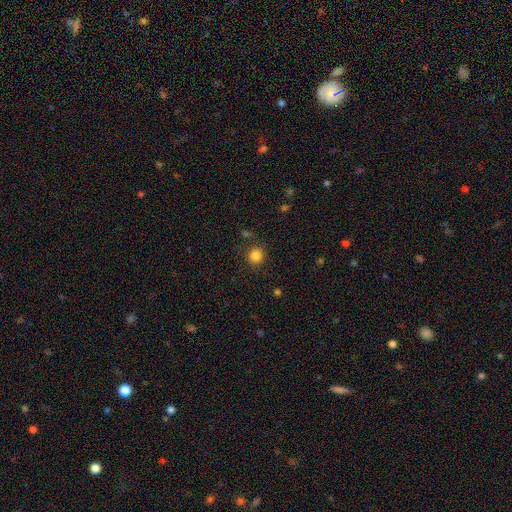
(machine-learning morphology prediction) Smooth or featured? smooth (84%)
How rounded? round (88%)
Merging? none (84%)